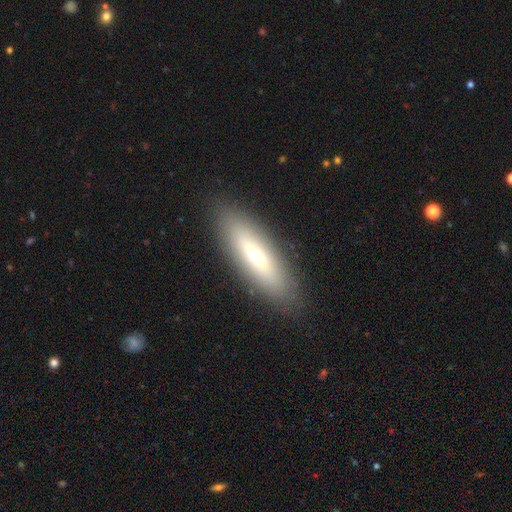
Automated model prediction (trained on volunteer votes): The model was most divided on "how rounded": cigar-shaped: 57%, in between: 41%, round: 2%. More confident: merging — none (87%); smooth or featured — smooth (60%).